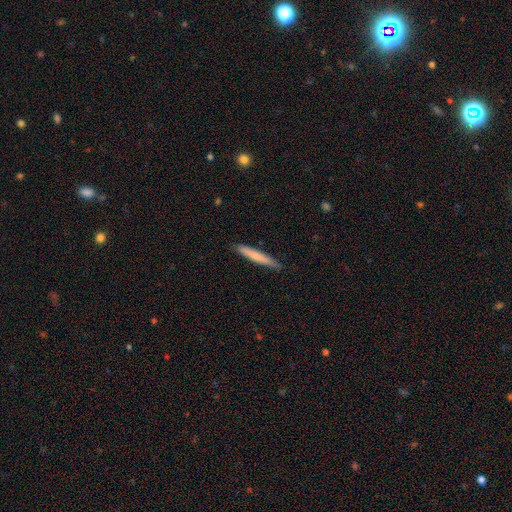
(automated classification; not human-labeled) Overall: smooth (72%). How rounded: cigar-shaped (96%). Merging: none (89%).